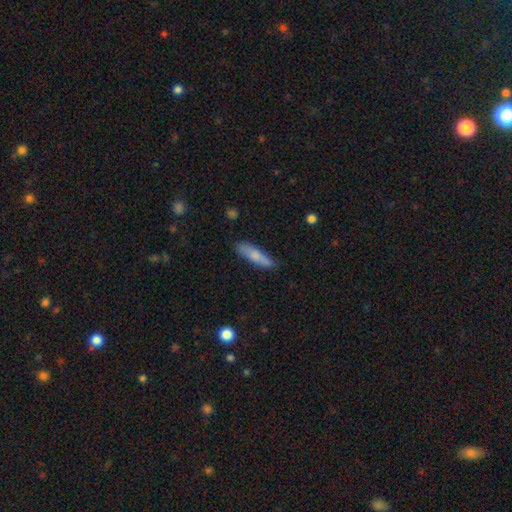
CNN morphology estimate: This appears to be a smooth galaxy with no disk features (73%) that is cigar-shaped (74%). Merging: none (81%).